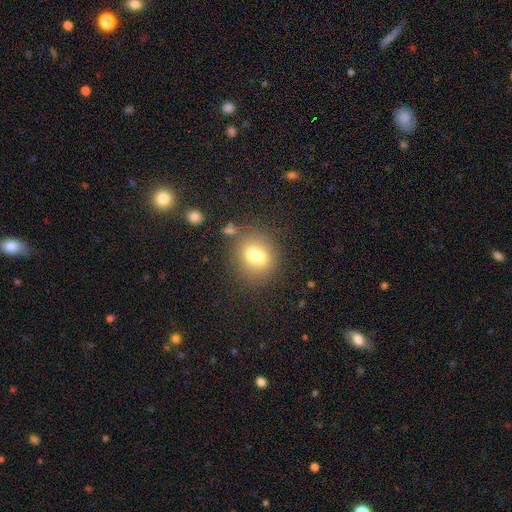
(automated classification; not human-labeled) Smooth or featured: smooth — 65% (featured or disk — 23%)
How rounded: round — 76% (in between — 23%)
Merging: merger — 46% (none — 40%)